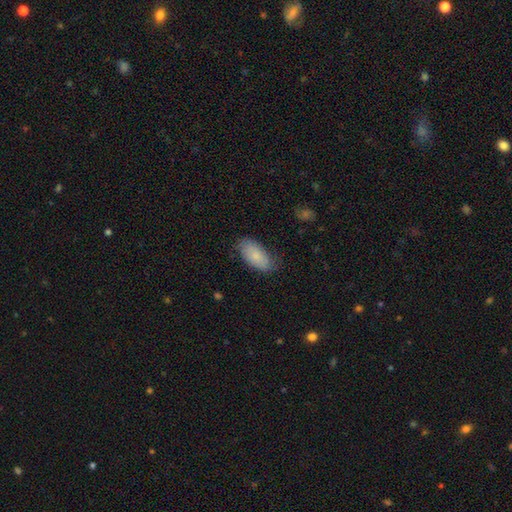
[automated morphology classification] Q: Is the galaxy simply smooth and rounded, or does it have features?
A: smooth — 81%.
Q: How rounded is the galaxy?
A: in between — 92%.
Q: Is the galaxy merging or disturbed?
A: none — 76%.